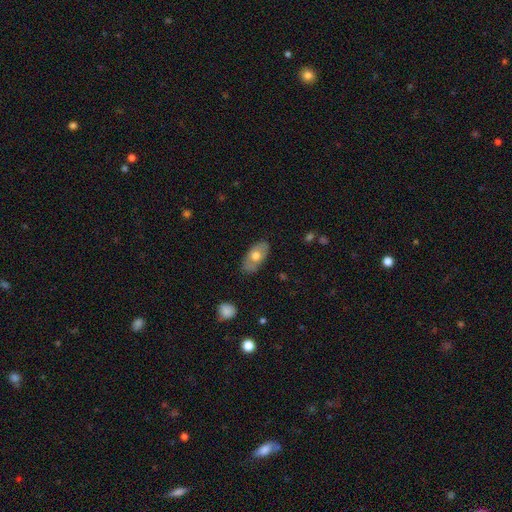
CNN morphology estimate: Q: Smooth or featured?
A: smooth (59%); runner-up: featured or disk (35%)
Q: How rounded?
A: in between (91%); runner-up: round (6%)
Q: Merging?
A: none (80%); runner-up: minor disturbance (15%)